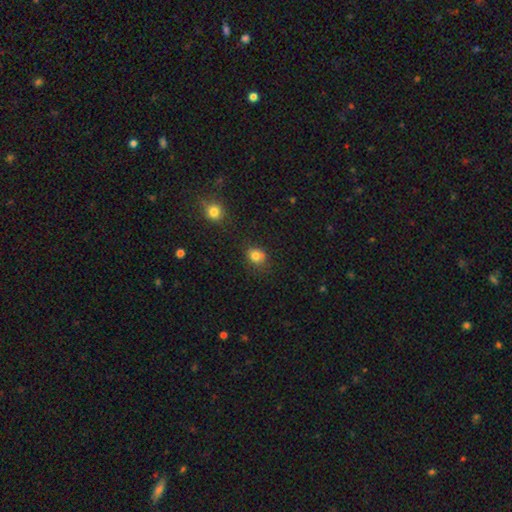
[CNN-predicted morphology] A smooth galaxy with no disk features (80%) that is round (71%).

Vote fractions:
- Smooth or featured? smooth: 80% / star or artifact: 13% / featured or disk: 7%
- How rounded? round: 71% / in between: 28% / cigar-shaped: 1%
- Merging? none: 70% / minor disturbance: 20% / major disturbance: 6% / merger: 4%